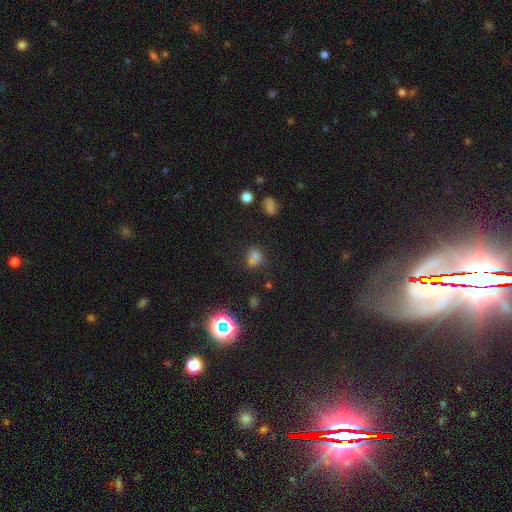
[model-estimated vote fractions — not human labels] Q: Smooth or featured?
A: smooth (63%); runner-up: star or artifact (26%)
Q: How rounded?
A: round (67%); runner-up: in between (32%)
Q: Merging?
A: none (48%); runner-up: merger (34%)